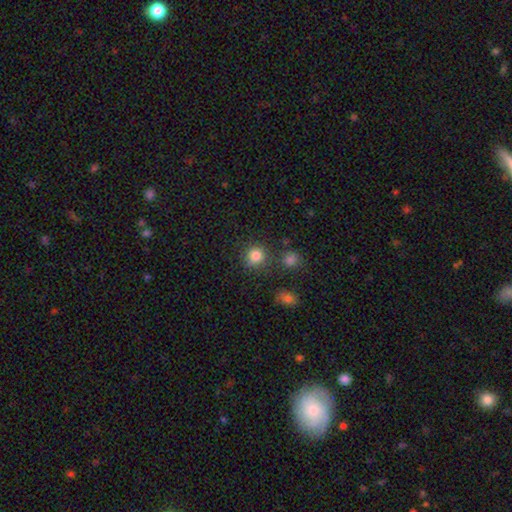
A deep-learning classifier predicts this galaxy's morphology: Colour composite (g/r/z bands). It shows a smooth galaxy with no disk features (83%) that is round (89%). Merging: none (79%).